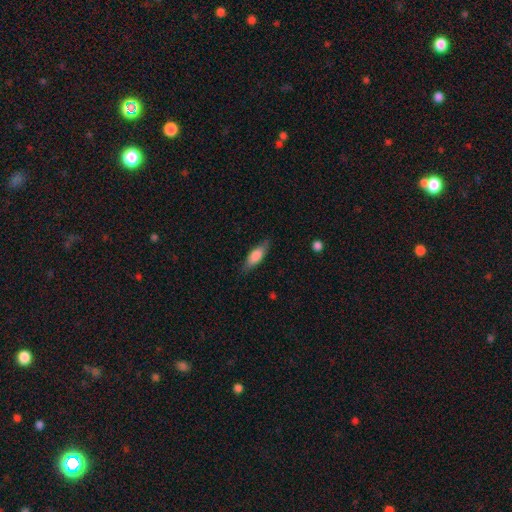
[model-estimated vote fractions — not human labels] smooth_or_featured: smooth (p=0.77) [alt: featured or disk p=0.18]
how_rounded: in between (p=0.58) [alt: cigar-shaped p=0.40]
merging: none (p=0.83) [alt: minor disturbance p=0.13]